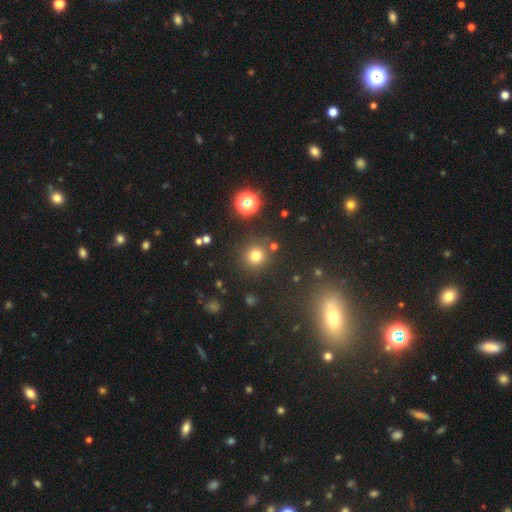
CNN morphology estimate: Smooth or featured? Predicted: smooth (p=0.75). How rounded? Predicted: round (p=0.93). Merging? Predicted: none (p=0.86).